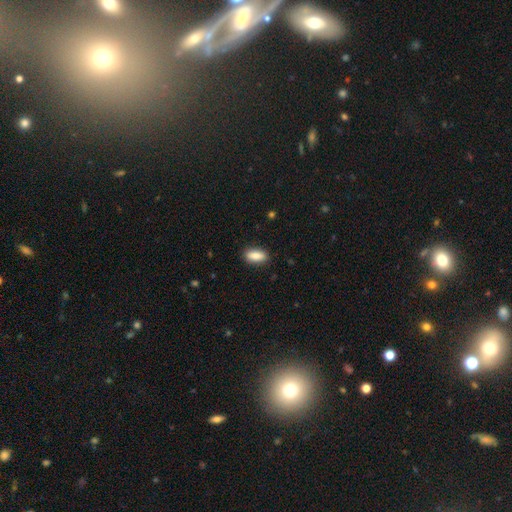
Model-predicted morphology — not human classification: smooth_or_featured: smooth (p=0.87) [alt: star or artifact p=0.07]
how_rounded: in between (p=0.83) [alt: cigar-shaped p=0.14]
merging: none (p=0.88) [alt: minor disturbance p=0.09]